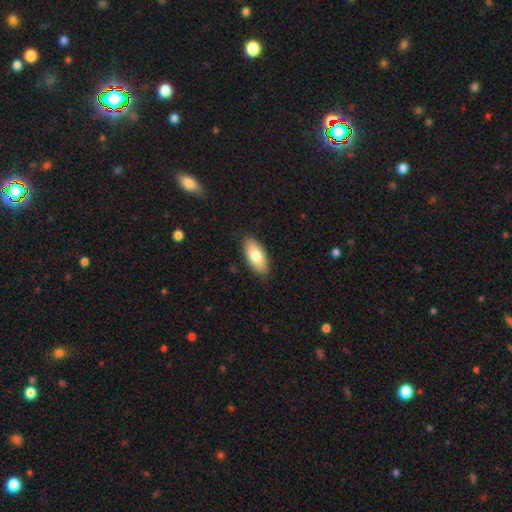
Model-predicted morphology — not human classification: Smooth or featured: smooth — 79% (featured or disk — 15%)
How rounded: in between — 89% (cigar-shaped — 9%)
Merging: none — 86% (minor disturbance — 11%)